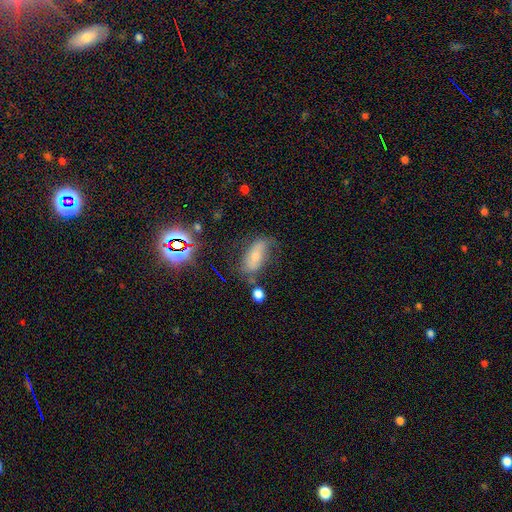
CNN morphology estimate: This appears to be a smooth galaxy with no disk features (43%). Merging: none (53%).